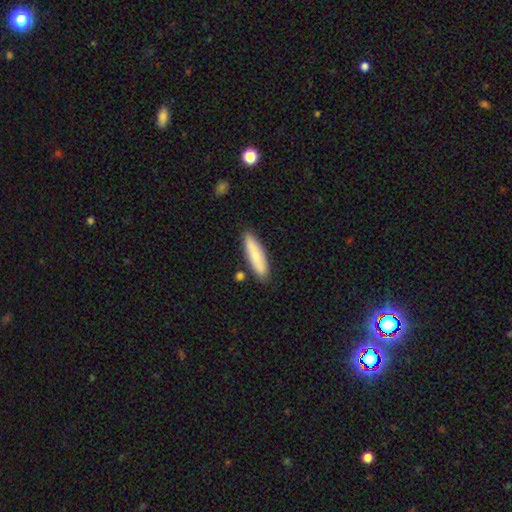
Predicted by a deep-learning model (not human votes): This is likely a smooth galaxy (76%). How rounded: likely cigar-shaped (68%). Merging: clearly none (84%).